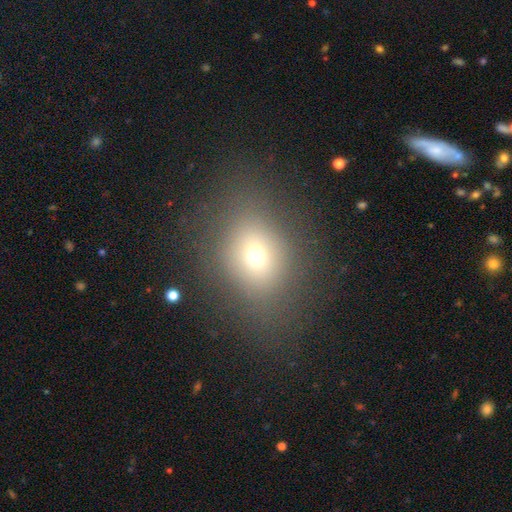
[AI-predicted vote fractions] Smooth or featured?
  - smooth: 64% *
  - star or artifact: 21%
  - featured or disk: 15%
How rounded?
  - round: 57% *
  - in between: 41%
  - cigar-shaped: 2%
Merging?
  - none: 78% *
  - minor disturbance: 13%
  - major disturbance: 8%
  - merger: 2%